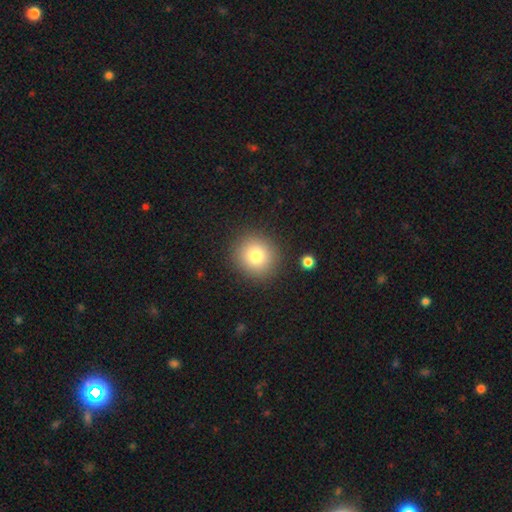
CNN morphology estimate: Smooth or featured? smooth (80%)
How rounded? round (91%)
Merging? none (89%)